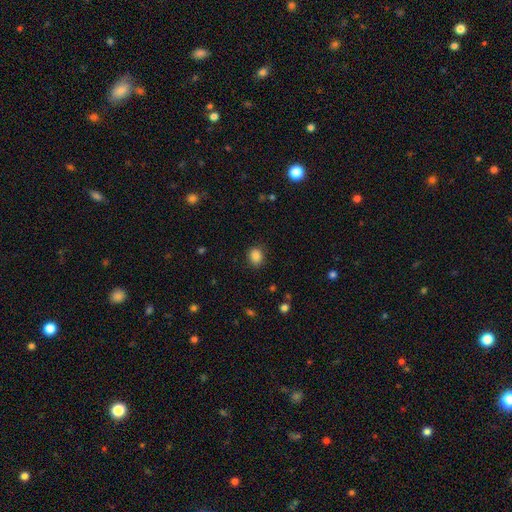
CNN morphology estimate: This appears to be a smooth galaxy with no disk features (86%) that is round (61%). Merging: none (83%).